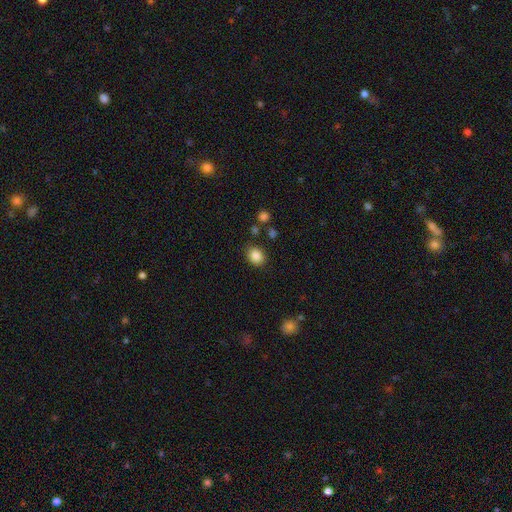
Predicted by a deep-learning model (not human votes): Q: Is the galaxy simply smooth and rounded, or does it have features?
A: smooth — 86%.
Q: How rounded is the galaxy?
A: round — 51%.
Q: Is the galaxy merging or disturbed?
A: none — 82%.